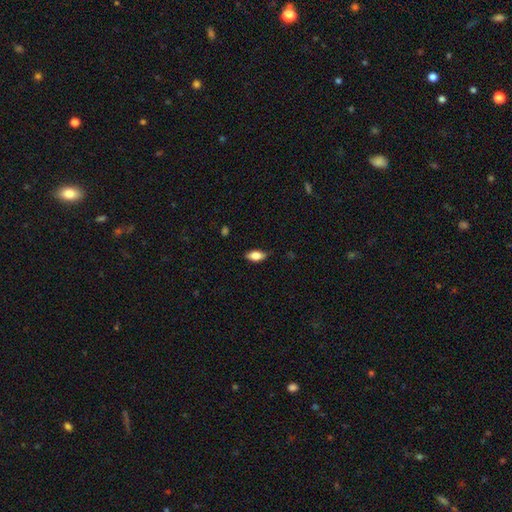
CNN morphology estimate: Q: Smooth or featured?
A: smooth (80%); runner-up: featured or disk (13%)
Q: How rounded?
A: in between (88%); runner-up: cigar-shaped (9%)
Q: Merging?
A: none (81%); runner-up: minor disturbance (15%)